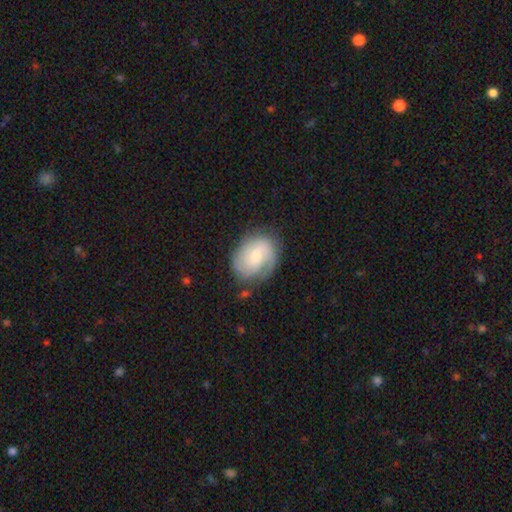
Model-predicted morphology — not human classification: Smooth or featured?
  - featured or disk: 66% *
  - smooth: 28%
  - star or artifact: 6%
Edge-on disk?
  - no: 97% *
  - yes: 3%
Bar?
  - no: 54% *
  - weak: 40%
  - strong: 6%
Spiral arms?
  - yes: 92% *
  - no: 8%
Spiral winding?
  - tight: 45% *
  - medium: 41%
  - loose: 15%
Spiral arm count?
  - 2: 55% *
  - can't tell: 21%
  - 3: 13%
  - 1: 7%
  - 4: 3%
  - more than 4: 2%
Bulge size?
  - small: 46% *
  - moderate: 45%
  - large: 4%
  - none: 3%
  - dominant: 1%
Merging?
  - none: 74% *
  - minor disturbance: 18%
  - major disturbance: 6%
  - merger: 2%